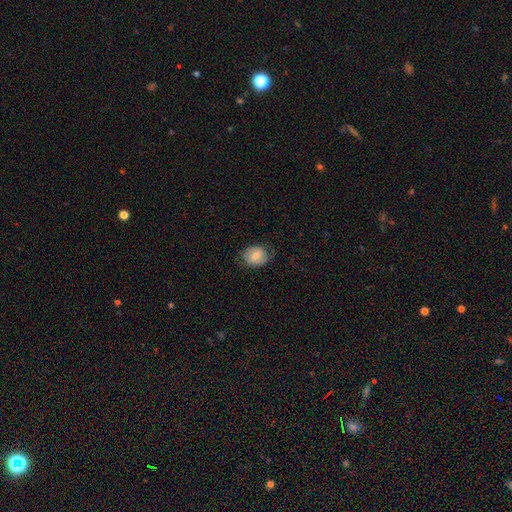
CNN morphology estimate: A smooth galaxy with no disk features (66%) that is round (50%).

Vote fractions:
- Smooth or featured? smooth: 66% / featured or disk: 27% / star or artifact: 7%
- How rounded? round: 50% / in between: 49% / cigar-shaped: 1%
- Merging? none: 72% / minor disturbance: 20% / major disturbance: 7% / merger: 1%